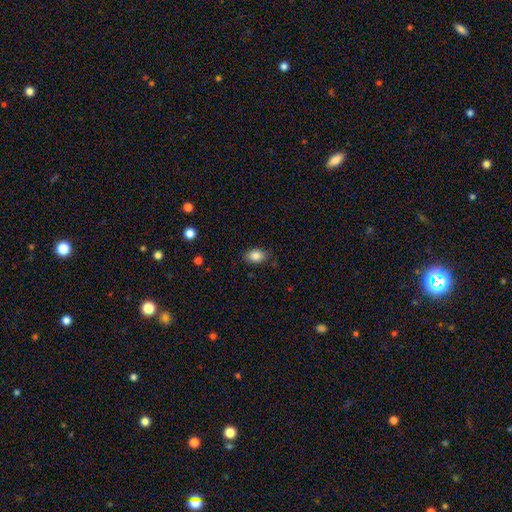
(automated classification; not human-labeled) Smooth or featured?
  - smooth: 86% *
  - star or artifact: 9%
  - featured or disk: 6%
How rounded?
  - in between: 80% *
  - round: 19%
  - cigar-shaped: 1%
Merging?
  - none: 83% *
  - minor disturbance: 13%
  - major disturbance: 3%
  - merger: 1%